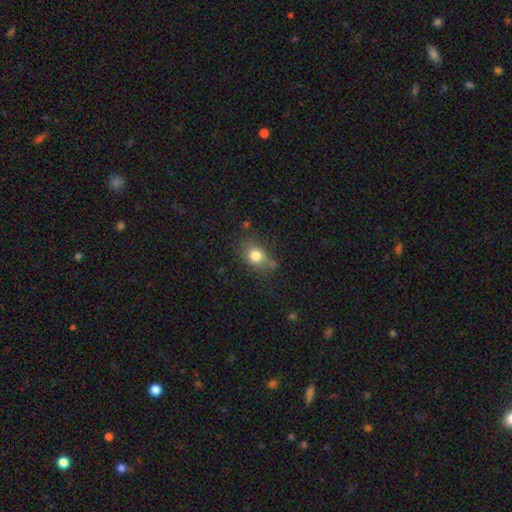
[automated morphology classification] This is likely a smooth galaxy (79%). How rounded: possibly in between (53%). Merging: possibly none (60%).